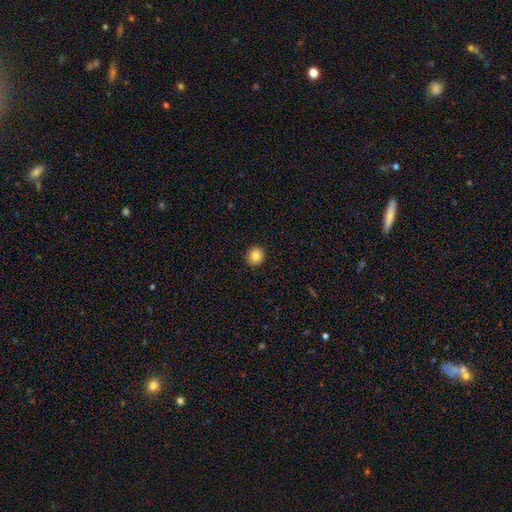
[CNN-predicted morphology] A smooth galaxy with no disk features (82%) that is round (91%).

Vote fractions:
- Smooth or featured? smooth: 82% / star or artifact: 10% / featured or disk: 7%
- How rounded? round: 91% / in between: 8% / cigar-shaped: 1%
- Merging? none: 92% / minor disturbance: 5% / major disturbance: 2% / merger: 1%